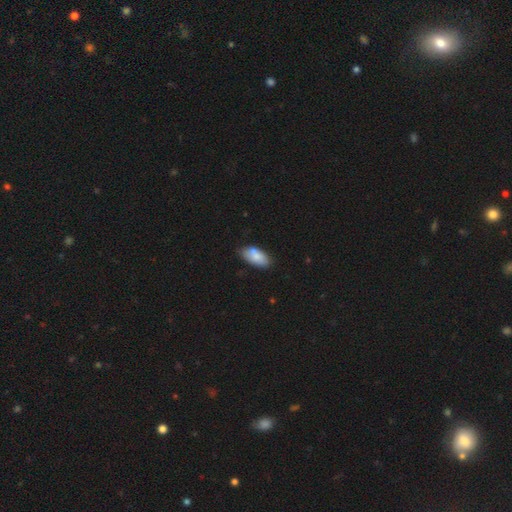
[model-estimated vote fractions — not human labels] Smooth or featured: smooth — 80% (featured or disk — 13%)
How rounded: in between — 92% (cigar-shaped — 6%)
Merging: none — 69% (minor disturbance — 21%)